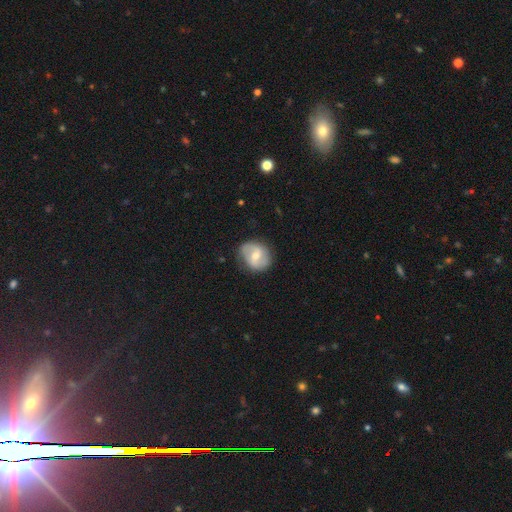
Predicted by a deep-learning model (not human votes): Smooth or featured?
  - featured or disk: 60% *
  - smooth: 34%
  - star or artifact: 6%
Edge-on disk?
  - no: 97% *
  - yes: 3%
Bar?
  - weak: 49% *
  - no: 27%
  - strong: 23%
Spiral arms?
  - yes: 78% *
  - no: 22%
Bulge size?
  - moderate: 60% *
  - small: 35%
  - large: 3%
  - none: 1%
  - dominant: 1%
Merging?
  - none: 80% *
  - minor disturbance: 15%
  - major disturbance: 4%
  - merger: 1%